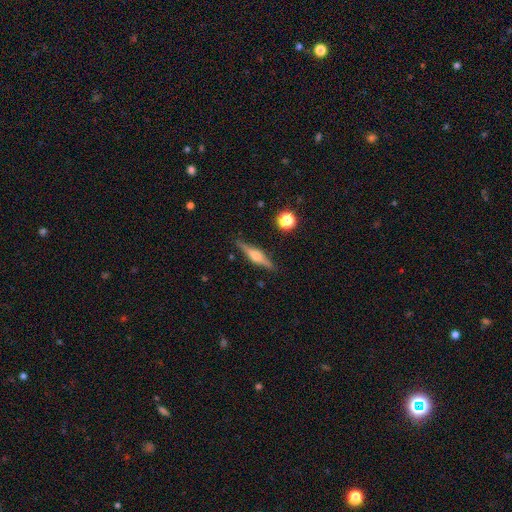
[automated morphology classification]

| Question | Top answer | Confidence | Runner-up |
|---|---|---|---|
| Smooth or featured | featured or disk | 71% | smooth (22%) |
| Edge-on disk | yes | 97% | no (3%) |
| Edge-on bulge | rounded | 86% | boxy (10%) |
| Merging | none | 89% | minor disturbance (8%) |